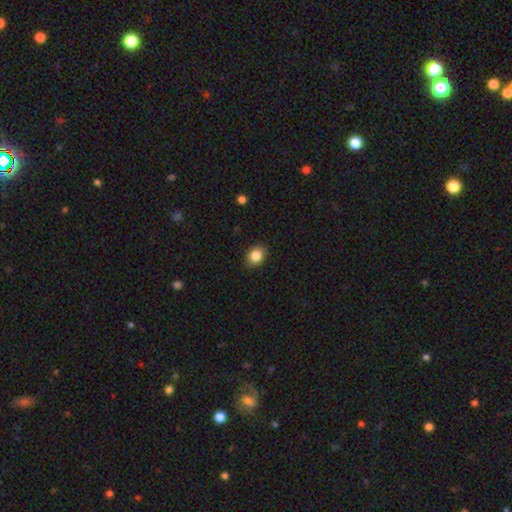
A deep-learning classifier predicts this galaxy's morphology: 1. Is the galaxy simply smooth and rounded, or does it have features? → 86% smooth, 9% star or artifact, 5% featured or disk.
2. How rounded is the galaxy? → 54% in between, 45% round, 1% cigar-shaped.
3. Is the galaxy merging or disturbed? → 88% none, 9% minor disturbance, 2% major disturbance, 1% merger.